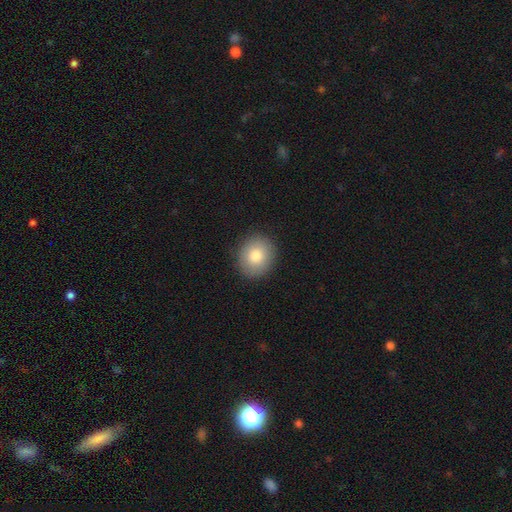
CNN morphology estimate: smooth_or_featured: smooth (p=0.81) [alt: featured or disk p=0.11]
how_rounded: round (p=0.73) [alt: in between p=0.26]
merging: none (p=0.90) [alt: minor disturbance p=0.07]